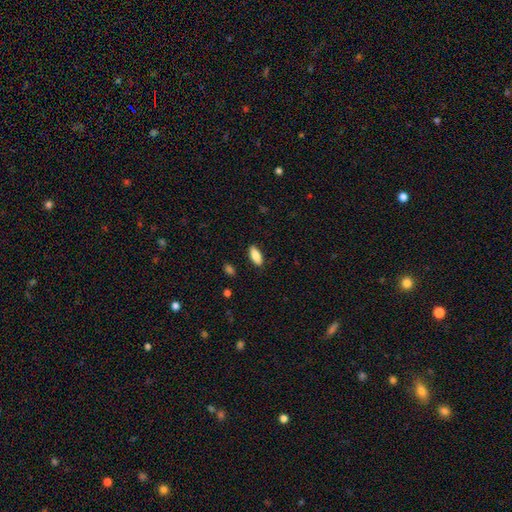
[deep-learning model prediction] Smooth or featured?
  - smooth: 86% *
  - featured or disk: 8%
  - star or artifact: 6%
How rounded?
  - in between: 80% *
  - cigar-shaped: 18%
  - round: 2%
Merging?
  - none: 88% *
  - minor disturbance: 9%
  - major disturbance: 2%
  - merger: 1%